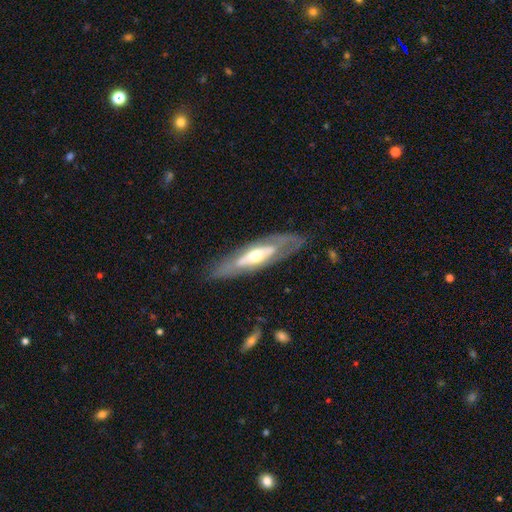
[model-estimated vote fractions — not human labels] featured or disk 69%, smooth 26%, star or artifact 5%. Down the decision tree: edge-on disk — no (63%); merging — none (78%).